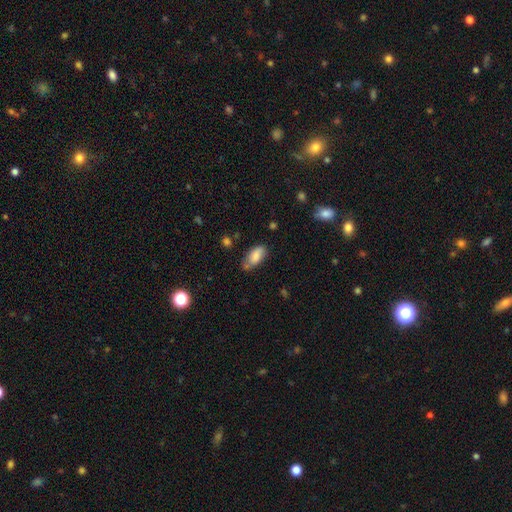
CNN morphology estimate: Q: Smooth or featured?
A: smooth (80%); runner-up: featured or disk (13%)
Q: How rounded?
A: in between (90%); runner-up: cigar-shaped (7%)
Q: Merging?
A: none (62%); runner-up: minor disturbance (25%)